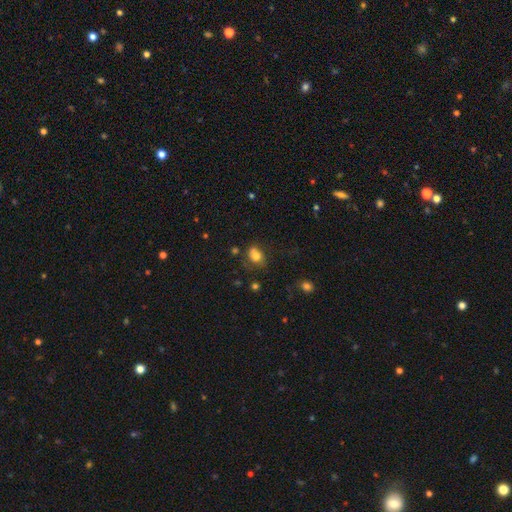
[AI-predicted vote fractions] Smooth or featured? smooth (75%)
How rounded? round (53%)
Merging? none (50%)